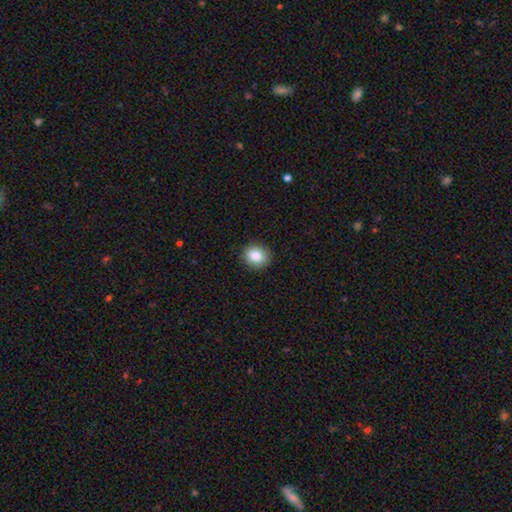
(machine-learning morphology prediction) This is clearly a smooth galaxy (85%). How rounded: likely round (73%). Merging: clearly none (90%).